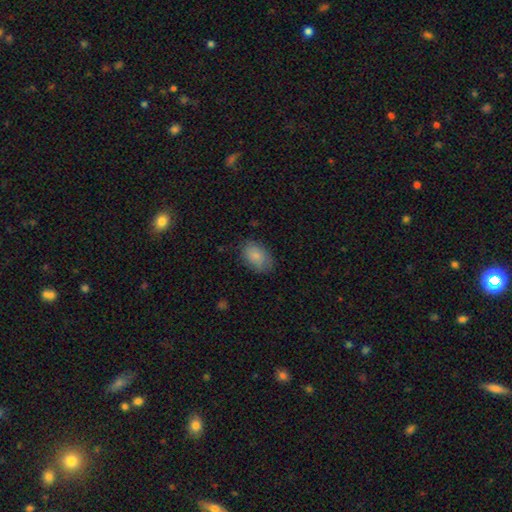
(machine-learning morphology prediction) The model was most divided on "merging": none: 75%, minor disturbance: 19%, major disturbance: 5%, merger: 1%. More confident: how rounded — in between (85%); smooth or featured — smooth (82%).